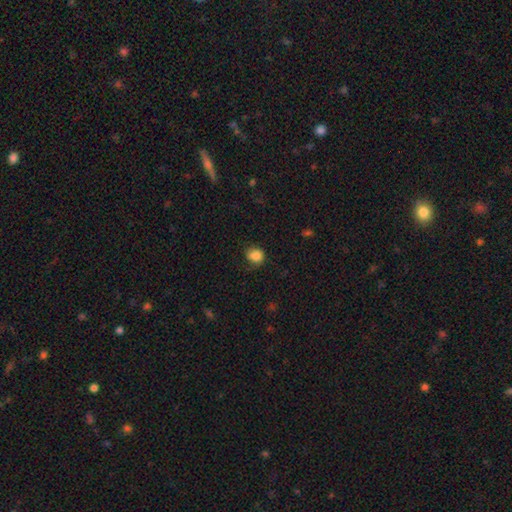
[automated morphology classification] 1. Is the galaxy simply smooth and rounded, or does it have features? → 83% smooth, 9% star or artifact, 7% featured or disk.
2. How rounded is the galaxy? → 61% round, 38% in between, 1% cigar-shaped.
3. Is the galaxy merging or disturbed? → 63% none, 25% minor disturbance, 10% major disturbance, 1% merger.